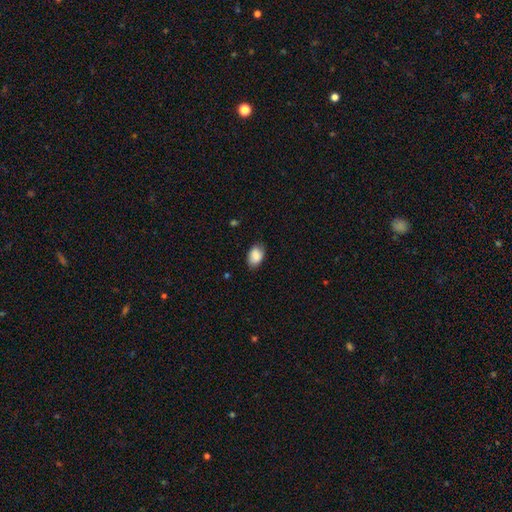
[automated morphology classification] Q: Smooth or featured?
A: smooth (87%); runner-up: star or artifact (7%)
Q: How rounded?
A: in between (87%); runner-up: round (11%)
Q: Merging?
A: none (79%); runner-up: minor disturbance (17%)